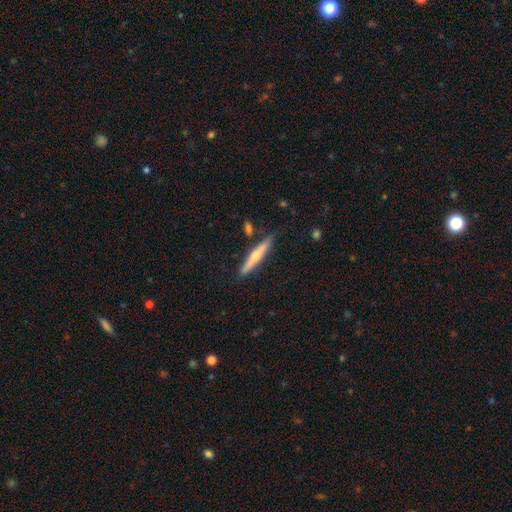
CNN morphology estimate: smooth-or-featured: featured or disk: 50% | smooth: 44% | star or artifact: 6%
  disk-edge-on: yes: 94% | no: 6%
  merging: none: 79% | minor disturbance: 13% | merger: 5% | major disturbance: 3%